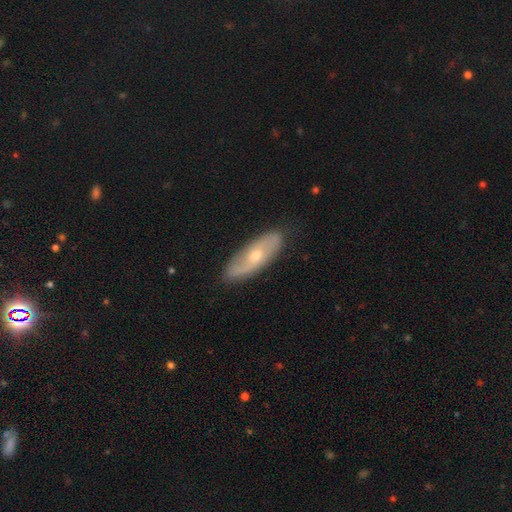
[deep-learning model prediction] Smooth or featured?
  - featured or disk: 63% *
  - smooth: 31%
  - star or artifact: 6%
Edge-on disk?
  - no: 80% *
  - yes: 20%
Bar?
  - no: 66% *
  - weak: 27%
  - strong: 7%
Spiral arms?
  - yes: 76% *
  - no: 24%
Bulge size?
  - moderate: 50% *
  - small: 46%
  - large: 2%
  - none: 1%
  - dominant: 1%
Merging?
  - none: 83% *
  - minor disturbance: 13%
  - major disturbance: 3%
  - merger: 1%